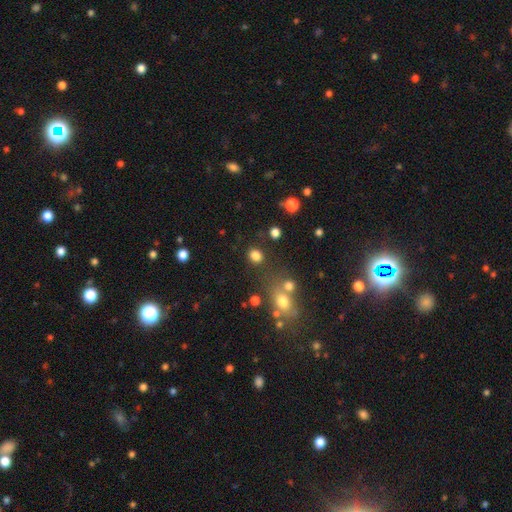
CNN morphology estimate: smooth_or_featured: smooth (p=0.81) [alt: star or artifact p=0.14]
how_rounded: round (p=0.73) [alt: in between p=0.26]
merging: none (p=0.79) [alt: minor disturbance p=0.09]